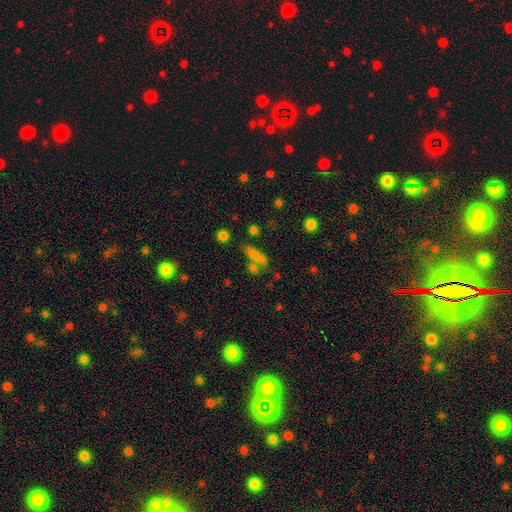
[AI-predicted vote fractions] Smooth or featured? smooth (74%)
How rounded? cigar-shaped (61%)
Merging? none (59%)